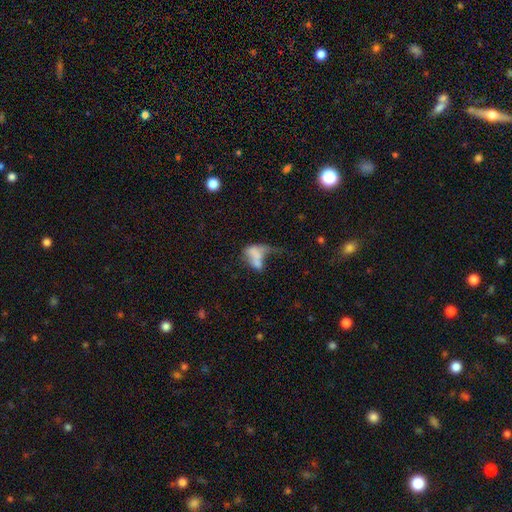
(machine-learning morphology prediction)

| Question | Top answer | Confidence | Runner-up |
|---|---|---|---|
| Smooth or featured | smooth | 56% | featured or disk (32%) |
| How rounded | in between | 82% | round (11%) |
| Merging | merger | 42% | major disturbance (35%) |